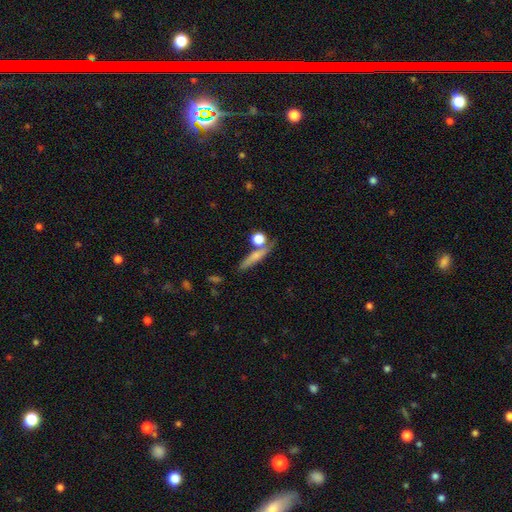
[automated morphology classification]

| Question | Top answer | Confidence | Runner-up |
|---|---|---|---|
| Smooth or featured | smooth | 65% | featured or disk (26%) |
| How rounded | cigar-shaped | 67% | in between (17%) |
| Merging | none | 61% | merger (17%) |